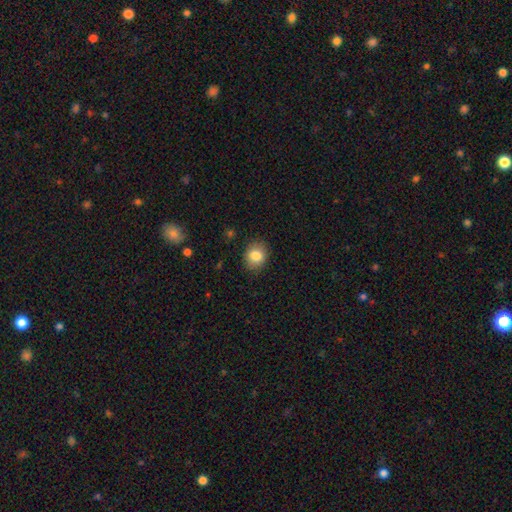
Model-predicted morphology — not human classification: This appears to be a smooth galaxy with no disk features (83%) that is round (57%). Merging: none (86%).